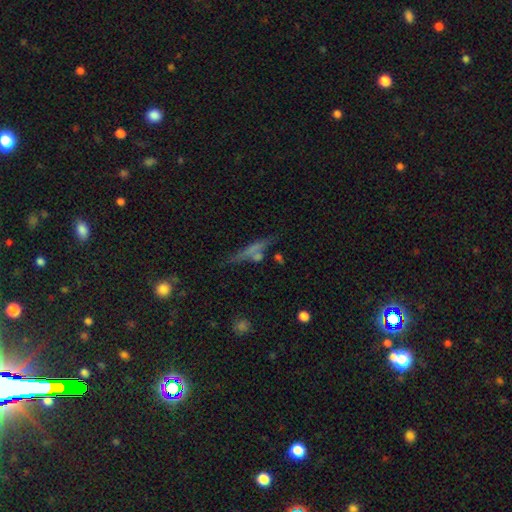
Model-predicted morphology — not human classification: Smooth or featured? star or artifact (38%)